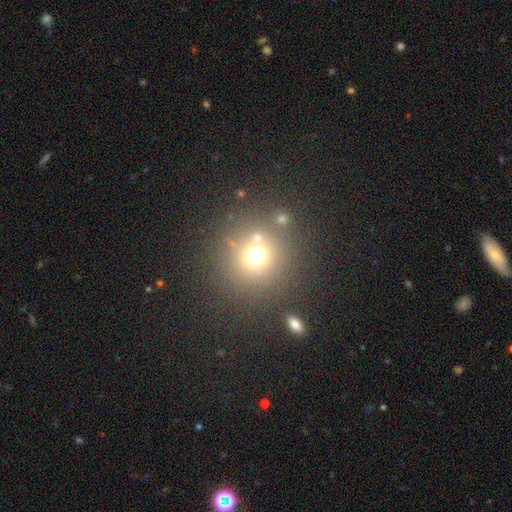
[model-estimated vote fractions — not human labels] Q: Smooth or featured?
A: smooth (65%); runner-up: star or artifact (22%)
Q: How rounded?
A: round (91%); runner-up: in between (8%)
Q: Merging?
A: none (73%); runner-up: merger (13%)